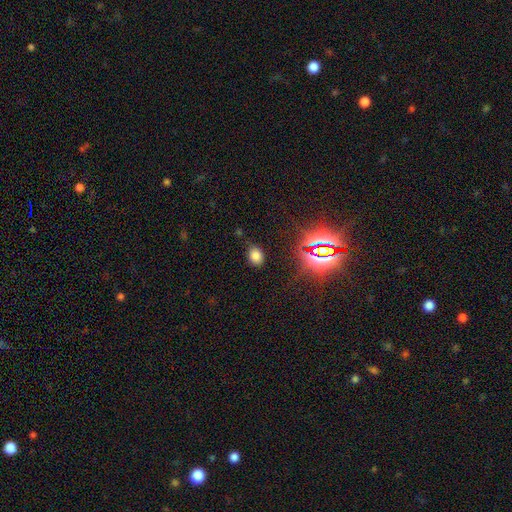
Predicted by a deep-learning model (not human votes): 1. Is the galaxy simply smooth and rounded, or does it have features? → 72% smooth, 21% star or artifact, 6% featured or disk.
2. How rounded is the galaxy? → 64% in between, 35% round, 1% cigar-shaped.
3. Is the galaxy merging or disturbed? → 80% none, 14% minor disturbance, 4% major disturbance, 2% merger.